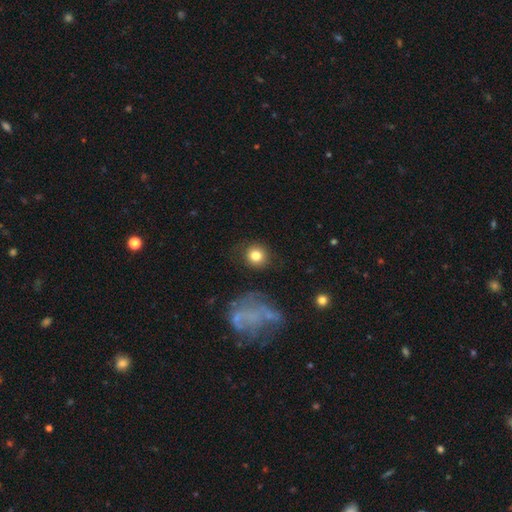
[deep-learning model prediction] A smooth galaxy with no disk features (81%) that is round (90%).

Vote fractions:
- Smooth or featured? smooth: 81% / star or artifact: 10% / featured or disk: 9%
- How rounded? round: 90% / in between: 9% / cigar-shaped: 1%
- Merging? none: 85% / minor disturbance: 8% / major disturbance: 4% / merger: 3%